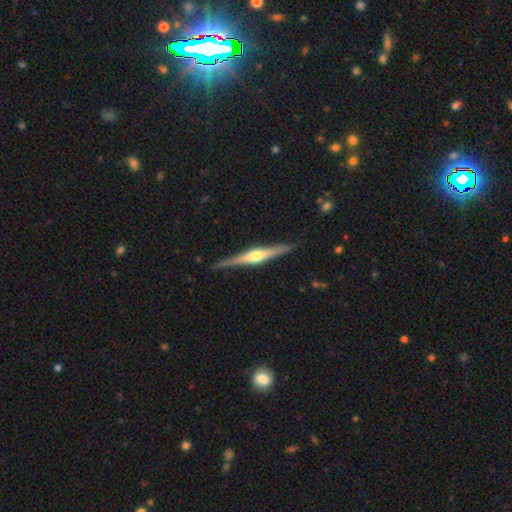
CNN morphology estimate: smooth_or_featured: featured or disk (p=0.79) [alt: smooth p=0.17]
disk_edge_on: yes (p=0.98) [alt: no p=0.02]
edge_on_bulge: rounded (p=0.86) [alt: boxy p=0.10]
merging: none (p=0.89) [alt: minor disturbance p=0.08]